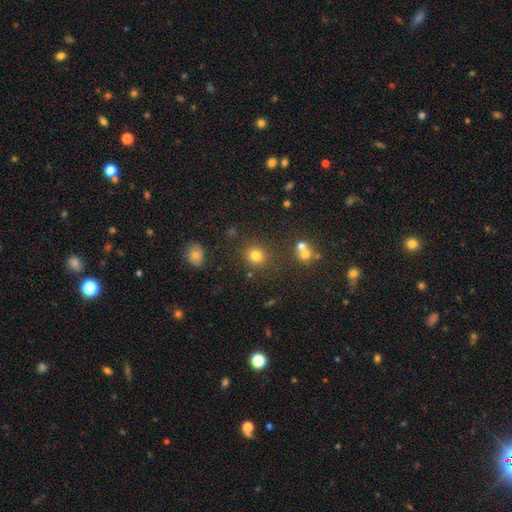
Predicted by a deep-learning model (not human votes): A smooth galaxy with no disk features (77%) that is round (88%).

Vote fractions:
- Smooth or featured? smooth: 77% / star or artifact: 15% / featured or disk: 7%
- How rounded? round: 88% / in between: 11% / cigar-shaped: 1%
- Merging? none: 82% / minor disturbance: 9% / merger: 6% / major disturbance: 4%